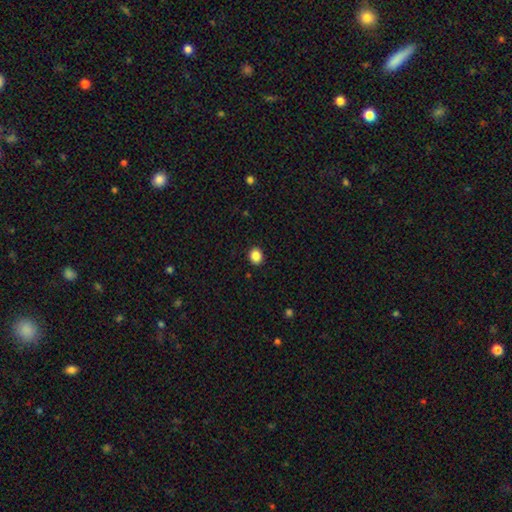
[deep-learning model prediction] This is clearly a smooth galaxy (87%). How rounded: likely round (70%). Merging: clearly none (91%).